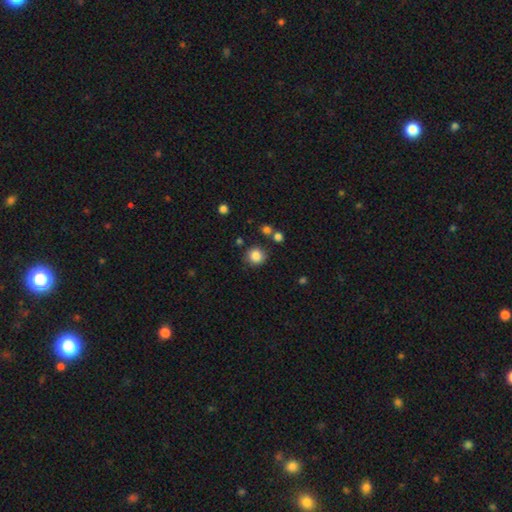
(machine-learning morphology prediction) type=smooth (85%); roundness=round (89%); merging=none (82%).